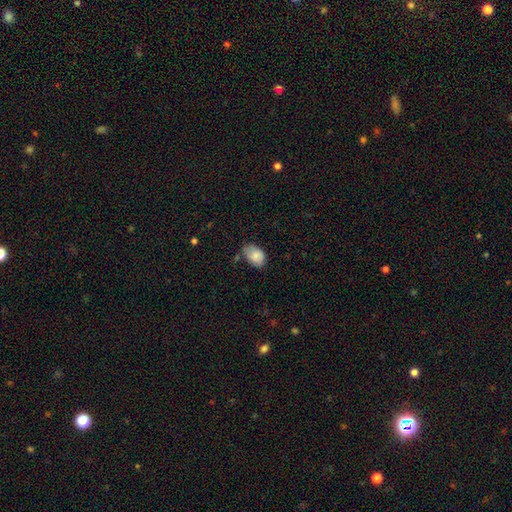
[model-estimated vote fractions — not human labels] Smooth or featured? Predicted: smooth (p=0.81). How rounded? Predicted: in between (p=0.87). Merging? Predicted: none (p=0.57).